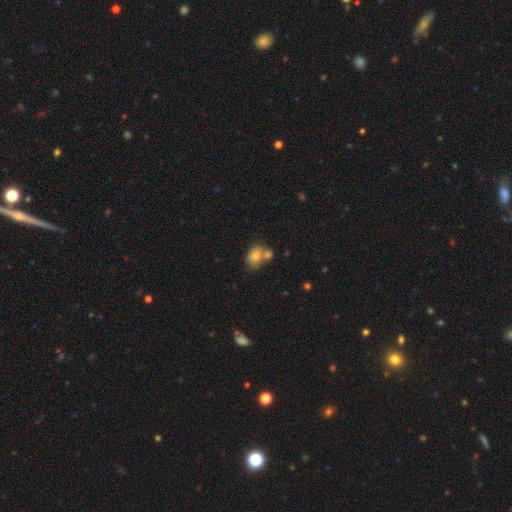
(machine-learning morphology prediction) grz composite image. It shows a smooth galaxy with no disk features (77%) that is in between round and cigar-shaped (68%). Merging: merger (43%).